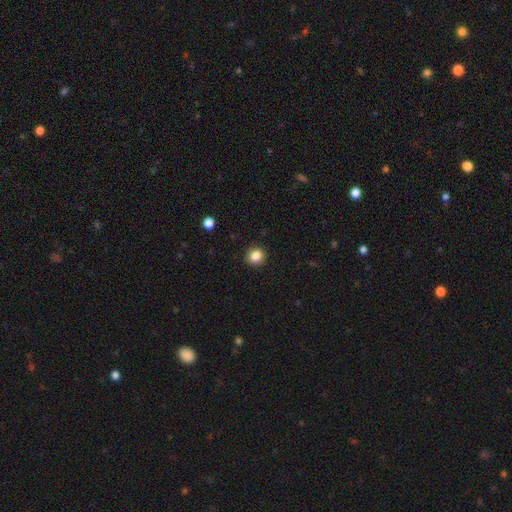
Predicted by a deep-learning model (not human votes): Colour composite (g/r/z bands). It shows a smooth galaxy with no disk features (85%) that is round (89%). Merging: none (91%).